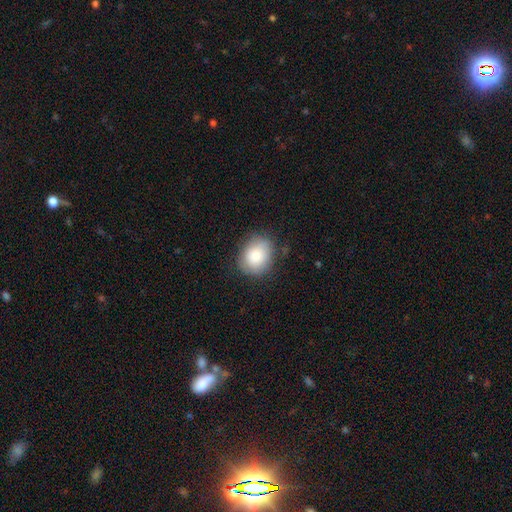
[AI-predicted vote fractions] The model was most divided on "how rounded": round: 57%, in between: 42%, cigar-shaped: 1%. More confident: smooth or featured — smooth (81%); merging — none (77%).